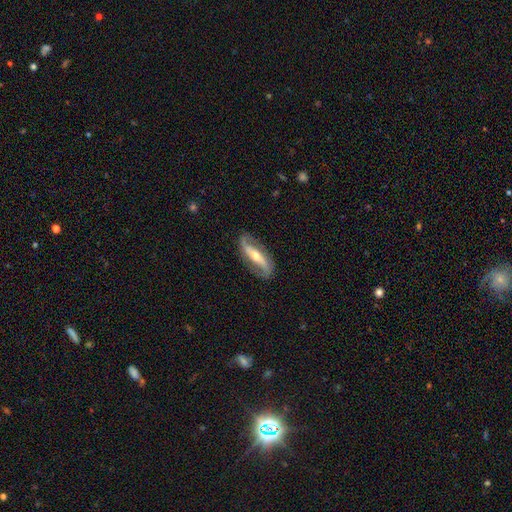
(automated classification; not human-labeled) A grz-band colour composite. It shows a featured or disk galaxy (85%) with a strong bar (58%), 2 (91%) loose (47%) spiral arms (92%) and a moderate central bulge (58%). Merging: none (82%).